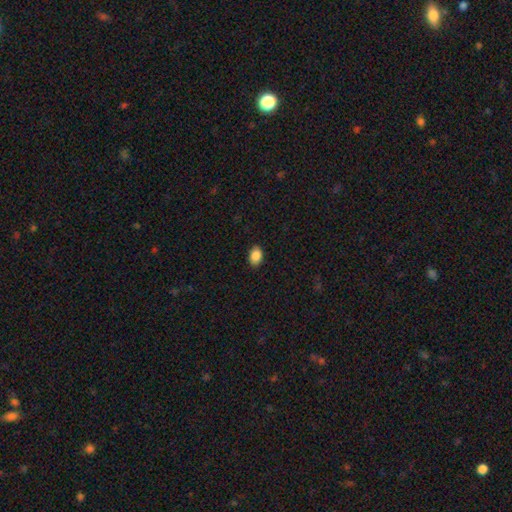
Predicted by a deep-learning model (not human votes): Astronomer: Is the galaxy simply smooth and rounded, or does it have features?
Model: smooth — 88%.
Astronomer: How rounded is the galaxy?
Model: in between — 79%.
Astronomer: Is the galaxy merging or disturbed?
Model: none — 88%.